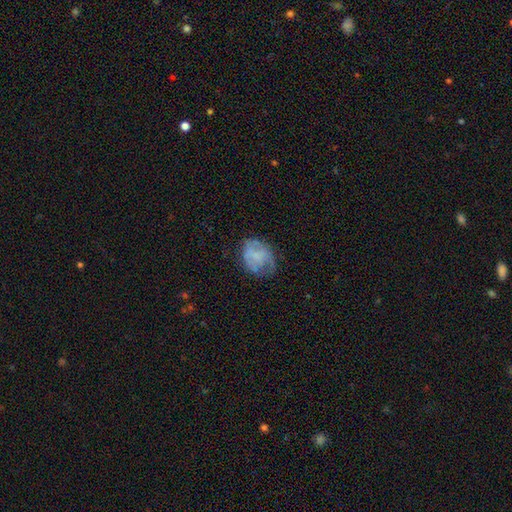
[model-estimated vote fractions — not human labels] smooth-or-featured: smooth: 46% | featured or disk: 44% | star or artifact: 9%
  merging: none: 53% | minor disturbance: 27% | major disturbance: 18% | merger: 2%